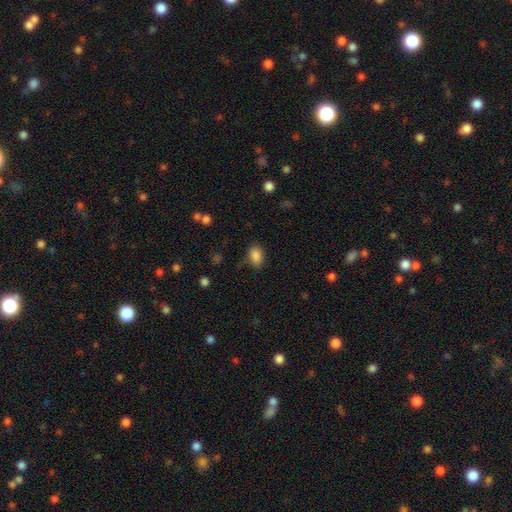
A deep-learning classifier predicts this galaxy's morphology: smooth-or-featured: smooth: 87% | star or artifact: 9% | featured or disk: 4%
  how-rounded: in between: 86% | round: 13% | cigar-shaped: 2%
  merging: none: 81% | minor disturbance: 14% | major disturbance: 4% | merger: 2%